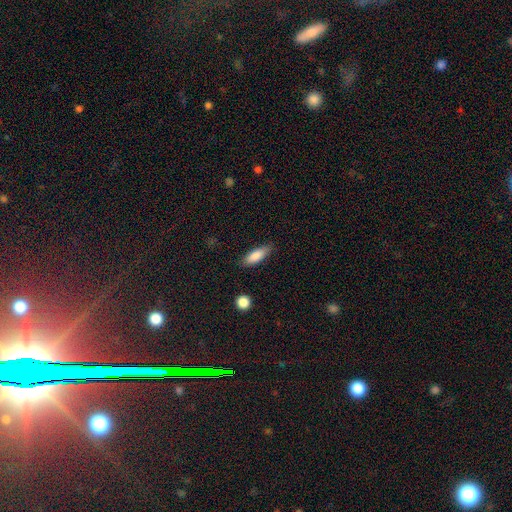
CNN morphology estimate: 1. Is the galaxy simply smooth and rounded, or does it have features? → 84% smooth, 9% featured or disk, 7% star or artifact.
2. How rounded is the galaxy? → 61% in between, 37% cigar-shaped, 2% round.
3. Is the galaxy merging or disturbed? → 82% none, 14% minor disturbance, 3% major disturbance, 1% merger.